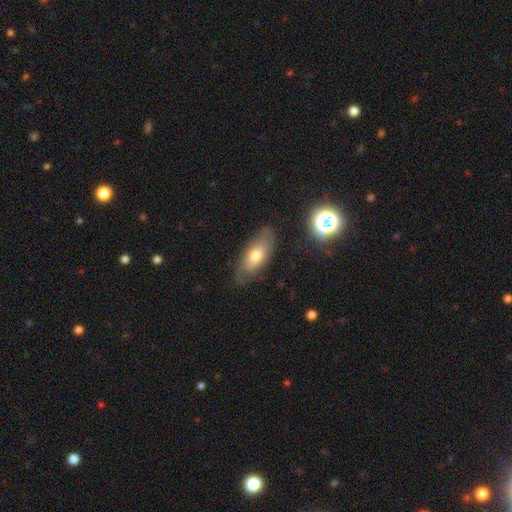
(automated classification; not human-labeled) The model was most divided on "smooth or featured": smooth: 62%, featured or disk: 30%, star or artifact: 8%. More confident: how rounded — in between (83%); merging — none (75%).